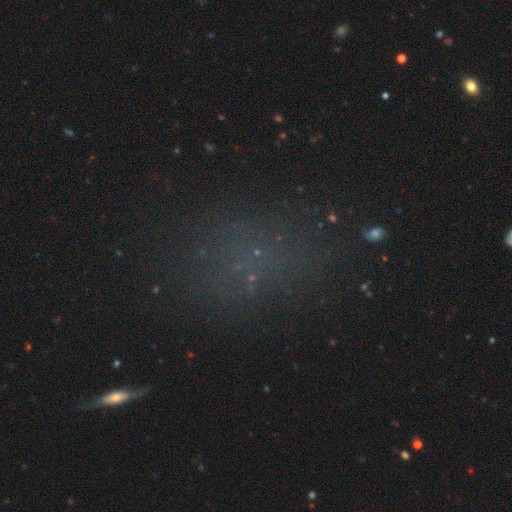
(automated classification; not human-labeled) A star or artifact, not a galaxy (45%).